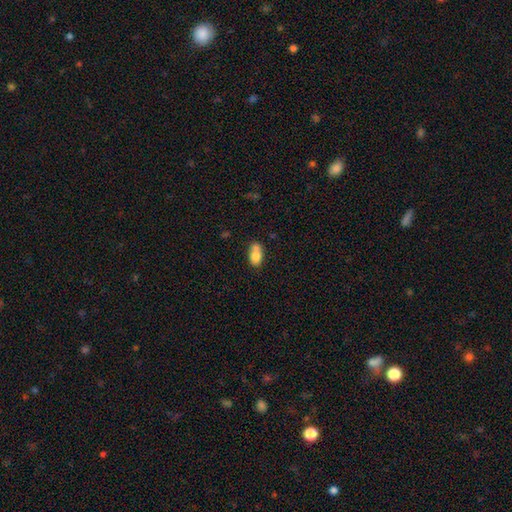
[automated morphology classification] Overall: smooth (77%). How rounded: in between (82%). Merging: none (38%; merger 36%).